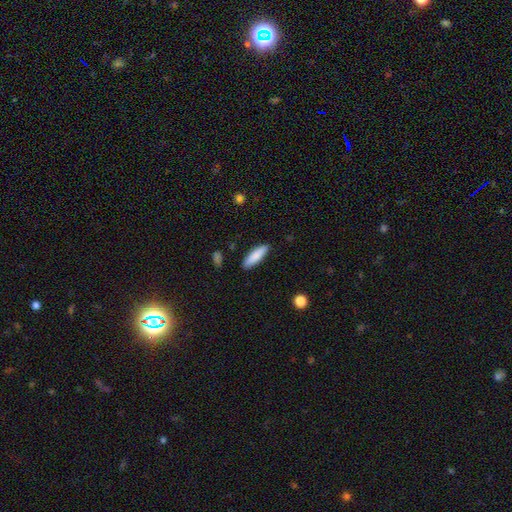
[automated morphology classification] The model was most divided on "how rounded": cigar-shaped: 62%, in between: 36%, round: 2%. More confident: merging — none (88%); smooth or featured — smooth (84%).